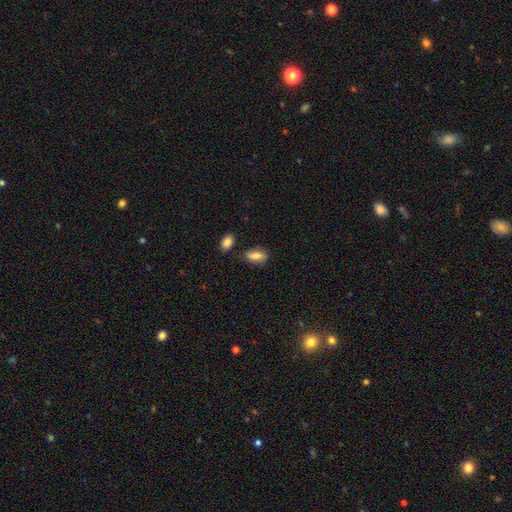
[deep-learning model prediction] A smooth galaxy with no disk features (79%) that is in between round and cigar-shaped (83%). Merging: none (70%).